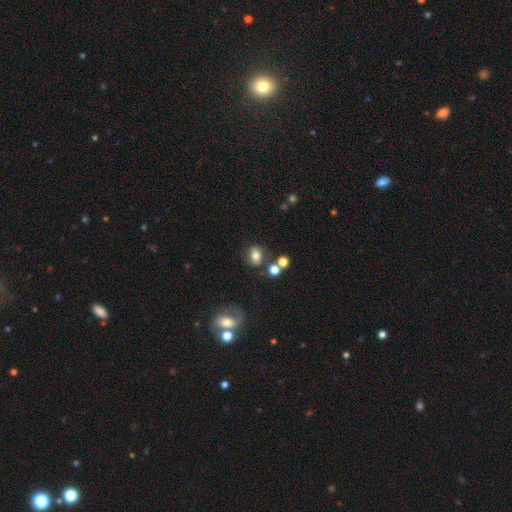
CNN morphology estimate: A smooth galaxy with no disk features (73%) that is in between round and cigar-shaped (60%).

Vote fractions:
- Smooth or featured? smooth: 73% / featured or disk: 15% / star or artifact: 12%
- How rounded? in between: 60% / round: 39% / cigar-shaped: 2%
- Merging? none: 68% / minor disturbance: 15% / merger: 11% / major disturbance: 6%